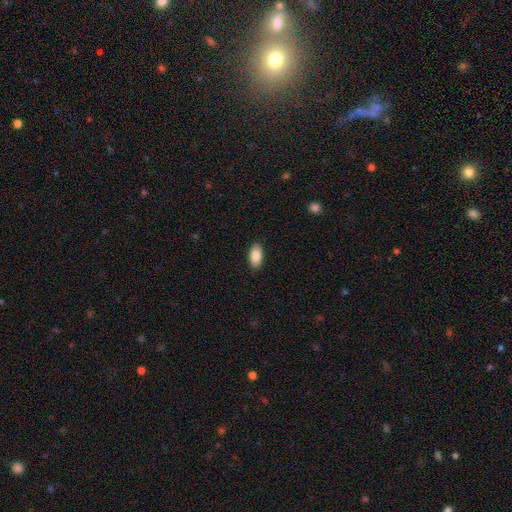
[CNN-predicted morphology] Smooth or featured? Predicted: smooth (p=0.87). How rounded? Predicted: in between (p=0.93). Merging? Predicted: none (p=0.89).